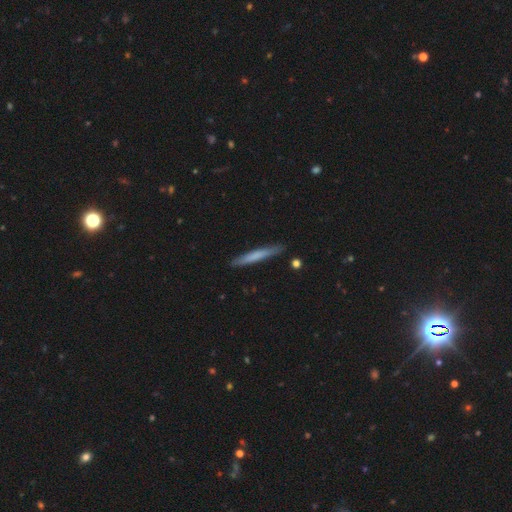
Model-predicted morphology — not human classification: Q: Smooth or featured?
A: smooth (64%); runner-up: featured or disk (31%)
Q: How rounded?
A: cigar-shaped (96%); runner-up: in between (3%)
Q: Merging?
A: none (88%); runner-up: minor disturbance (9%)